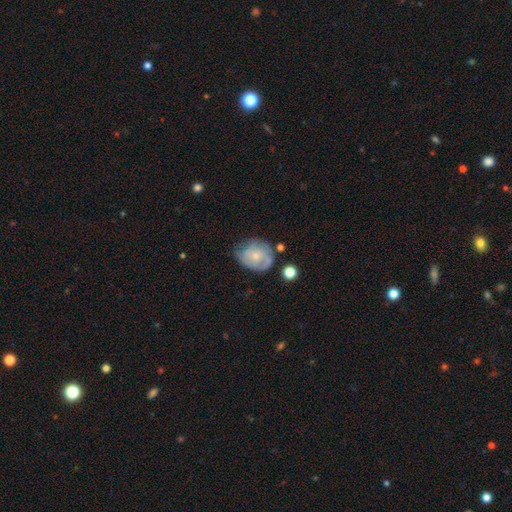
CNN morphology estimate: type=featured or disk (51%); edge-on=no (97%); merging=none (51%).